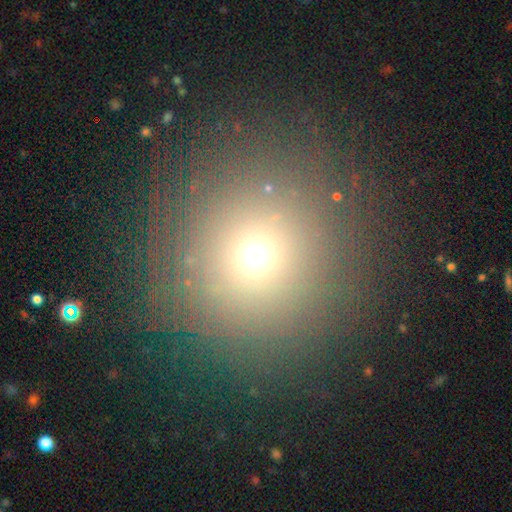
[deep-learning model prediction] smooth 66%, star or artifact 24%, featured or disk 10%. Down the decision tree: how rounded — round (94%); merging — none (86%).